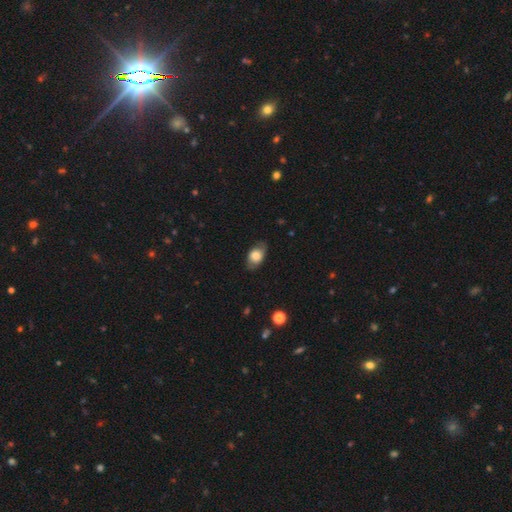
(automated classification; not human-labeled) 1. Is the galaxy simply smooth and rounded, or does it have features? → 73% smooth, 20% featured or disk, 7% star or artifact.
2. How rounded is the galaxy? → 85% in between, 13% round, 2% cigar-shaped.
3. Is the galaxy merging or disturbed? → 76% none, 19% minor disturbance, 4% major disturbance, 1% merger.